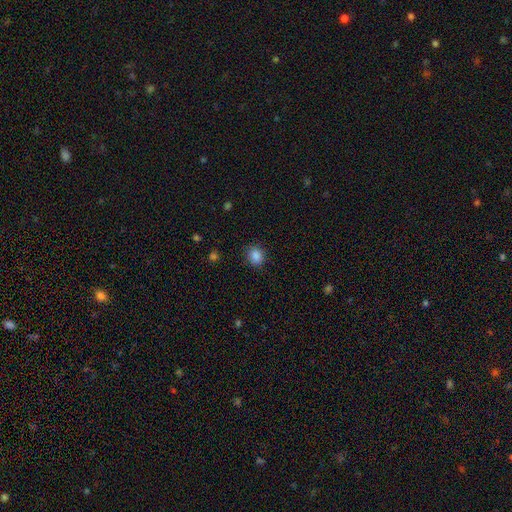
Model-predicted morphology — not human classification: Q: Smooth or featured?
A: smooth (86%); runner-up: star or artifact (10%)
Q: How rounded?
A: round (68%); runner-up: in between (31%)
Q: Merging?
A: none (84%); runner-up: minor disturbance (11%)